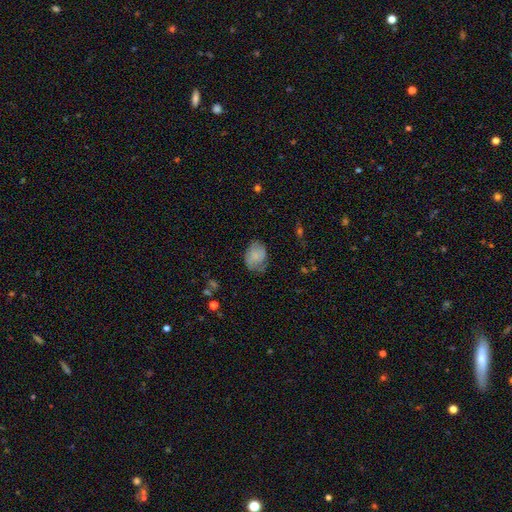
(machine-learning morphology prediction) Q: Smooth or featured?
A: smooth (73%); runner-up: featured or disk (19%)
Q: How rounded?
A: in between (63%); runner-up: round (36%)
Q: Merging?
A: none (55%); runner-up: minor disturbance (32%)